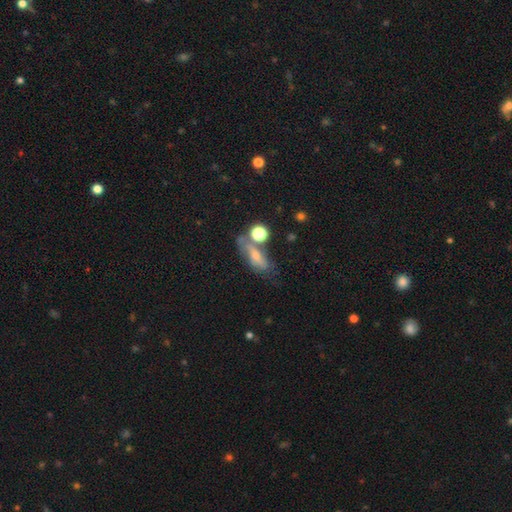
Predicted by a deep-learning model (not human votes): The model was most divided on "merging": none: 43%, minor disturbance: 23%, merger: 17%, major disturbance: 17%. More confident: how rounded — in between (60%); smooth or featured — smooth (53%).